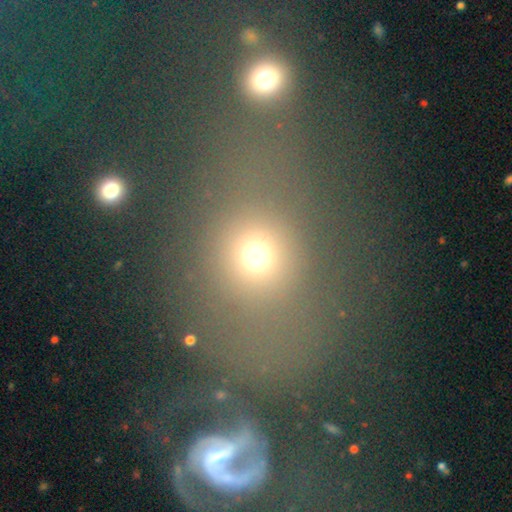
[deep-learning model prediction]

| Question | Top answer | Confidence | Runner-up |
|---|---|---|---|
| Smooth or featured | smooth | 69% | star or artifact (22%) |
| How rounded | round | 83% | in between (15%) |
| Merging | none | 63% | merger (18%) |